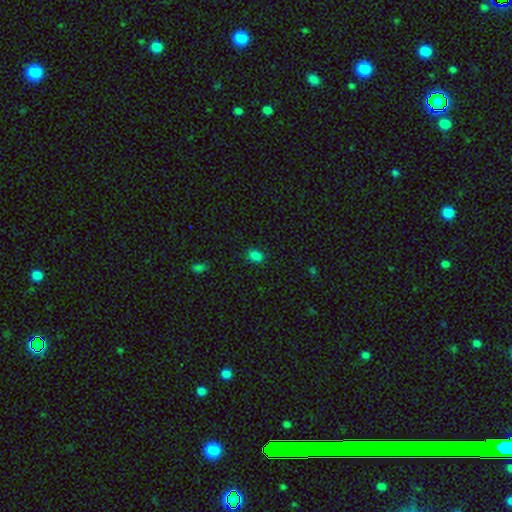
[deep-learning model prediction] Morphology: type=smooth (82%); roundness=in between (77%); merging=none (84%).